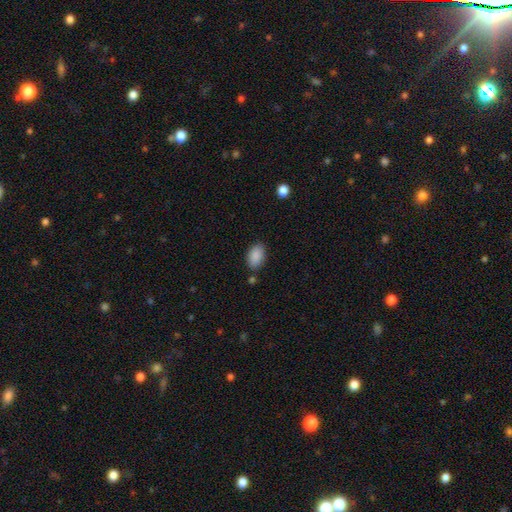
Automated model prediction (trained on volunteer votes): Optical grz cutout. It shows a smooth galaxy with no disk features (90%) that is in between round and cigar-shaped (93%). Merging: none (81%).